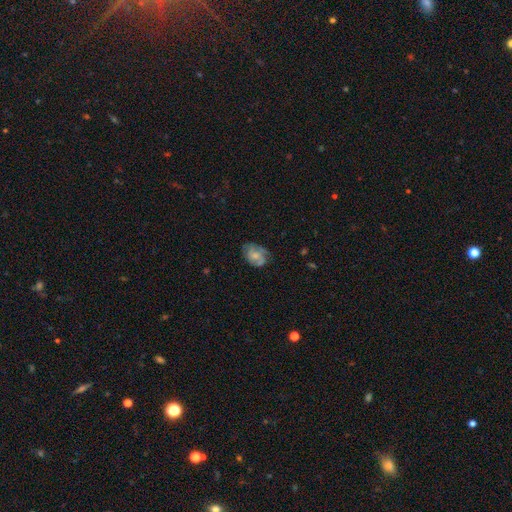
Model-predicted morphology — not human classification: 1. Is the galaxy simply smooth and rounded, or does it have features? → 48% featured or disk, 43% smooth, 8% star or artifact.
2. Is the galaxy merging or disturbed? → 59% none, 27% minor disturbance, 12% major disturbance, 2% merger.